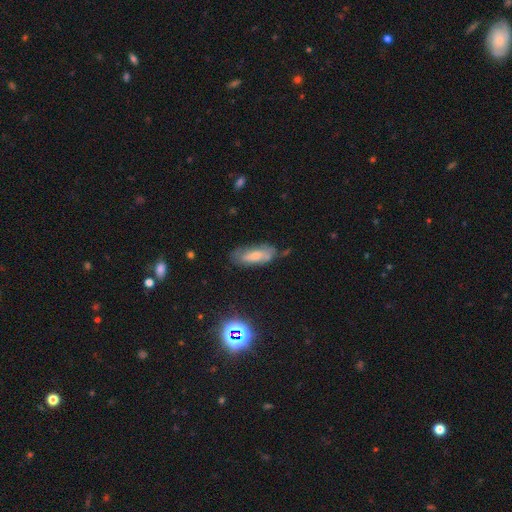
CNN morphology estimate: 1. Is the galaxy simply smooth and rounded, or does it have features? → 54% smooth, 36% featured or disk, 10% star or artifact.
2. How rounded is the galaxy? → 75% in between, 22% cigar-shaped, 3% round.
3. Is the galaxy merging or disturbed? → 59% none, 28% minor disturbance, 10% major disturbance, 4% merger.